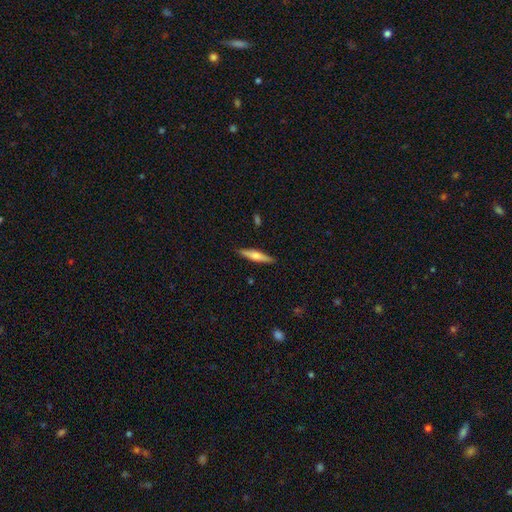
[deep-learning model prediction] The model was most divided on "smooth or featured": featured or disk: 51%, smooth: 43%, star or artifact: 6%. More confident: edge-on disk — yes (96%); merging — none (89%).